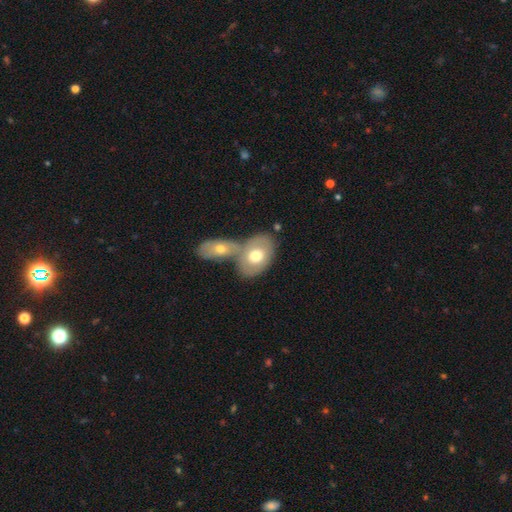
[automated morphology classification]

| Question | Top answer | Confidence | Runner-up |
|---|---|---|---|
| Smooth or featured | smooth | 62% | featured or disk (32%) |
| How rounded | in between | 87% | round (11%) |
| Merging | merger | 58% | none (30%) |